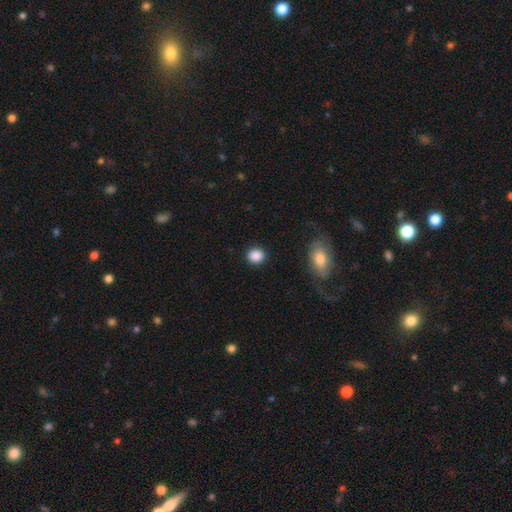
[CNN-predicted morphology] Smooth or featured: smooth — 88% (star or artifact — 9%)
How rounded: round — 80% (in between — 19%)
Merging: none — 90% (minor disturbance — 7%)